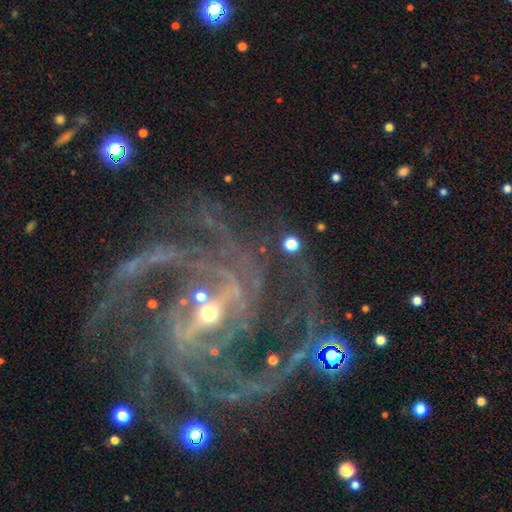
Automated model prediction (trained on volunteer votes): Smooth or featured: featured or disk — 92% (star or artifact — 6%)
Edge-on disk: no — 98% (yes — 2%)
Bar: strong — 47% (weak — 39%)
Spiral arms: yes — 99% (no — 1%)
Spiral winding: medium — 51% (tight — 39%)
Spiral arm count: 4 — 23% (3 — 21%)
Bulge size: small — 70% (moderate — 25%)
Merging: none — 70% (minor disturbance — 15%)